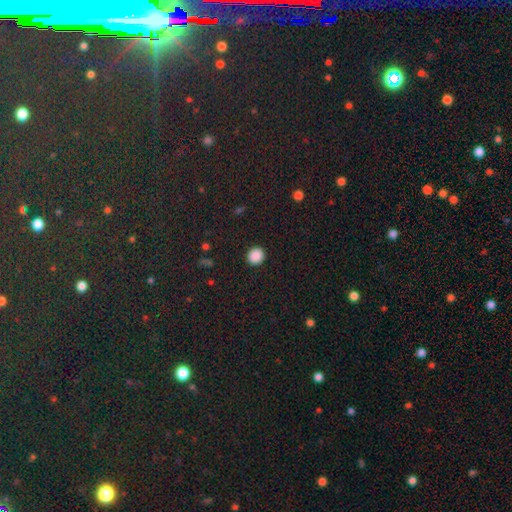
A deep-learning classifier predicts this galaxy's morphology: smooth 88%, star or artifact 10%, featured or disk 2%. Down the decision tree: how rounded — round (86%); merging — none (92%).